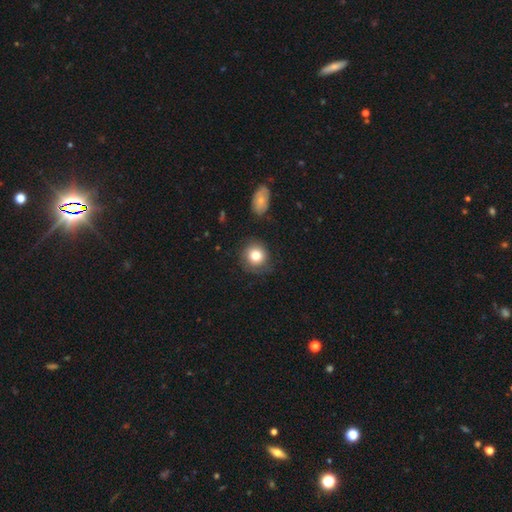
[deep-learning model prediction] Q: Smooth or featured?
A: smooth (79%); runner-up: featured or disk (12%)
Q: How rounded?
A: round (88%); runner-up: in between (11%)
Q: Merging?
A: none (76%); runner-up: minor disturbance (16%)